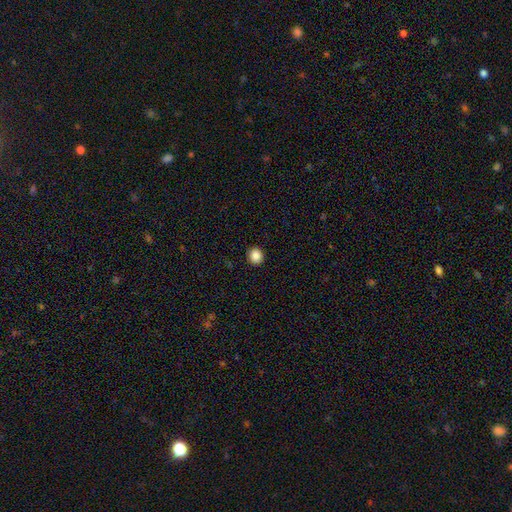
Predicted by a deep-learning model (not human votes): This is clearly a smooth galaxy (87%). How rounded: clearly round (85%). Merging: clearly none (92%).